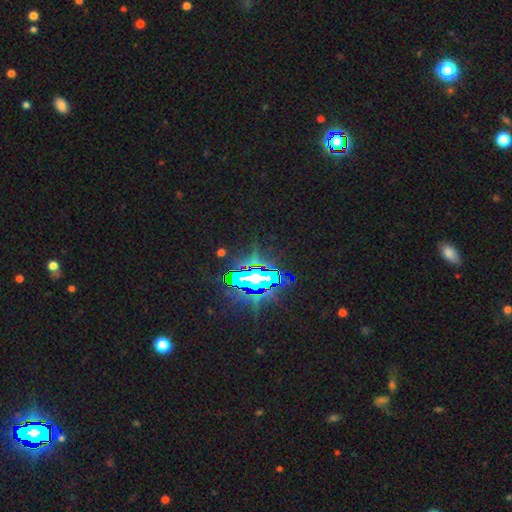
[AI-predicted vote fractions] A star or artifact, not a galaxy (80%).